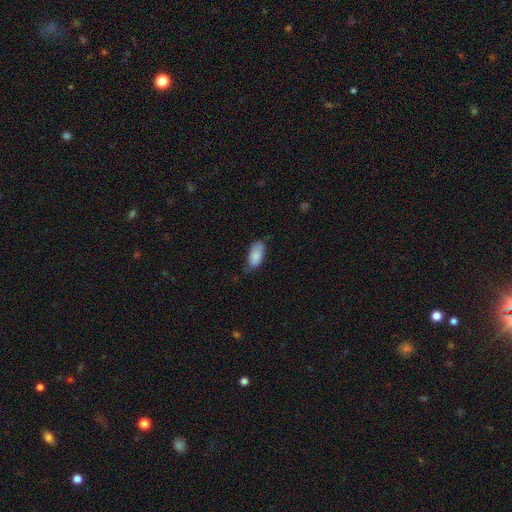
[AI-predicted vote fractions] Q: Smooth or featured?
A: smooth (85%); runner-up: featured or disk (9%)
Q: How rounded?
A: in between (91%); runner-up: cigar-shaped (7%)
Q: Merging?
A: none (62%); runner-up: minor disturbance (31%)